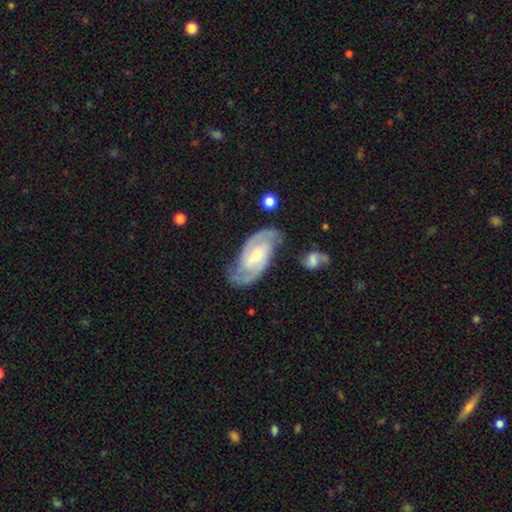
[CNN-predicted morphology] A featured or disk galaxy (88%) with a weak bar (46%), 2 (91%) medium (50%) spiral arms (97%) and a small central bulge (47%). Merging: none (78%).